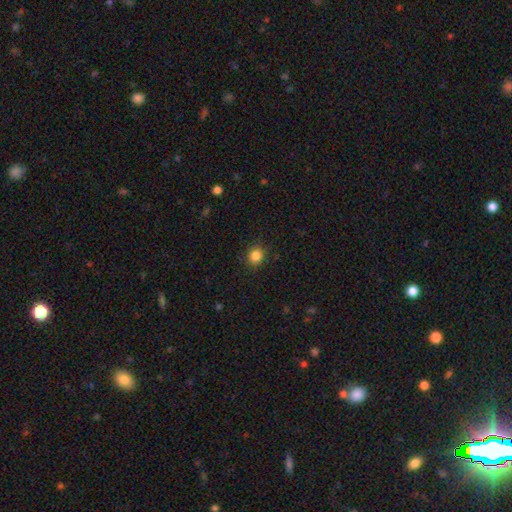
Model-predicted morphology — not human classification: This appears to be a smooth galaxy with no disk features (85%) that is round (82%). Merging: none (88%).